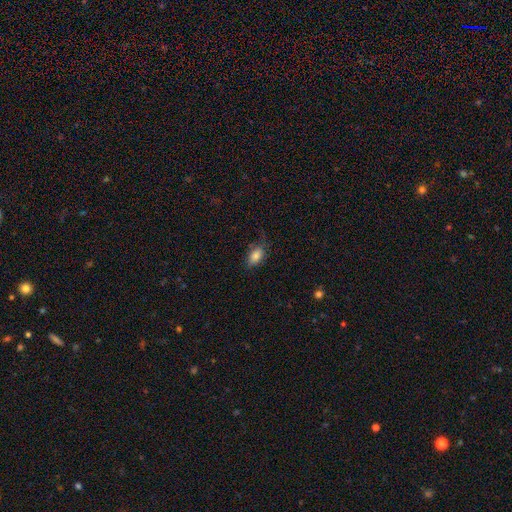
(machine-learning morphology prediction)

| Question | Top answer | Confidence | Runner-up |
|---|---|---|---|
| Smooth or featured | smooth | 83% | featured or disk (9%) |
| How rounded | in between | 90% | round (7%) |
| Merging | none | 63% | minor disturbance (25%) |